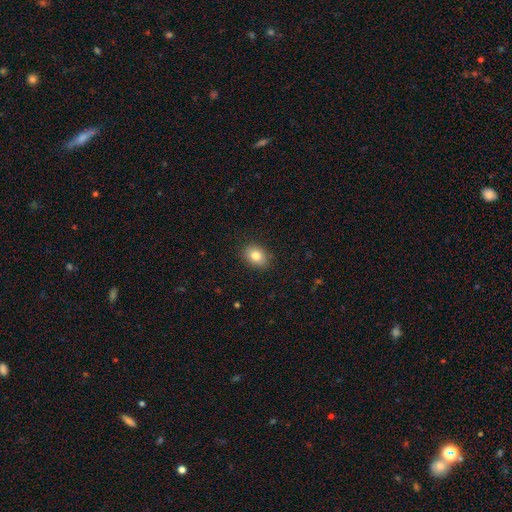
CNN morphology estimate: smooth 82%, star or artifact 9%, featured or disk 9%. Down the decision tree: how rounded — in between (65%); merging — none (88%).